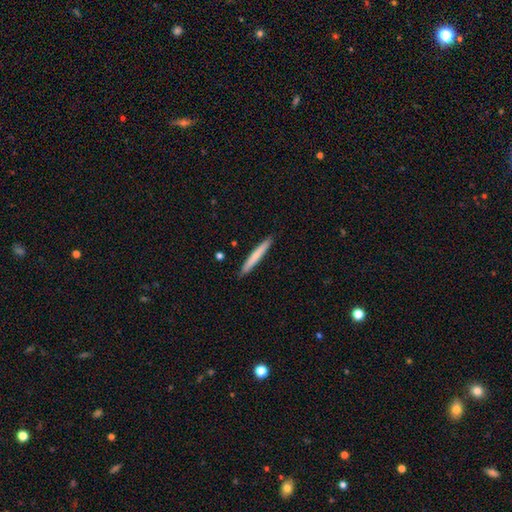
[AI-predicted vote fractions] Morphology: type=smooth (71%); roundness=cigar-shaped (96%); merging=none (91%).